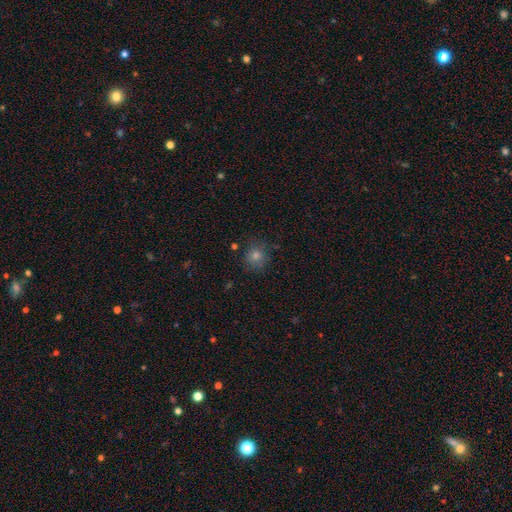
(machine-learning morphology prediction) Smooth or featured? smooth (72%)
How rounded? round (88%)
Merging? none (83%)